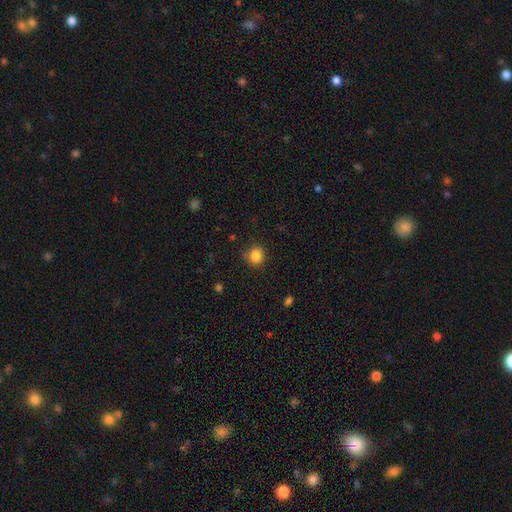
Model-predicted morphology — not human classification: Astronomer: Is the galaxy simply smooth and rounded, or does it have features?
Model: smooth — 84%.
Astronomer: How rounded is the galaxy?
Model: round — 86%.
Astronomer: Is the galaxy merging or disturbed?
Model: none — 81%.